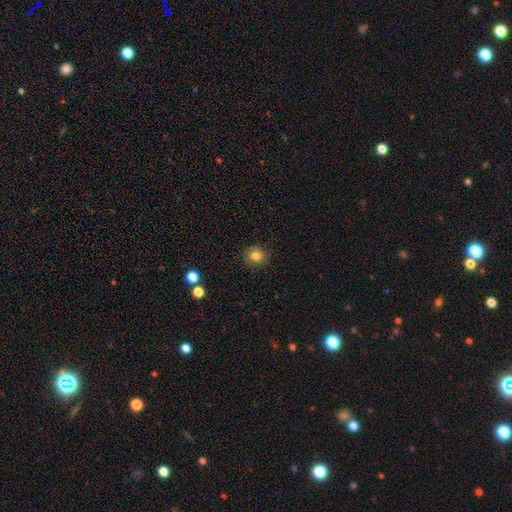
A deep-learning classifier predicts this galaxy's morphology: The model was most divided on "smooth or featured": smooth: 80%, star or artifact: 12%, featured or disk: 8%. More confident: merging — none (88%); how rounded — round (86%).